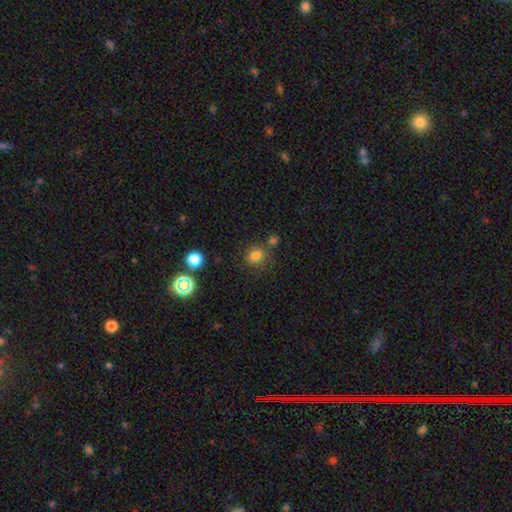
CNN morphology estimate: Smooth or featured? Predicted: smooth (p=0.79). How rounded? Predicted: round (p=0.71). Merging? Predicted: none (p=0.70).